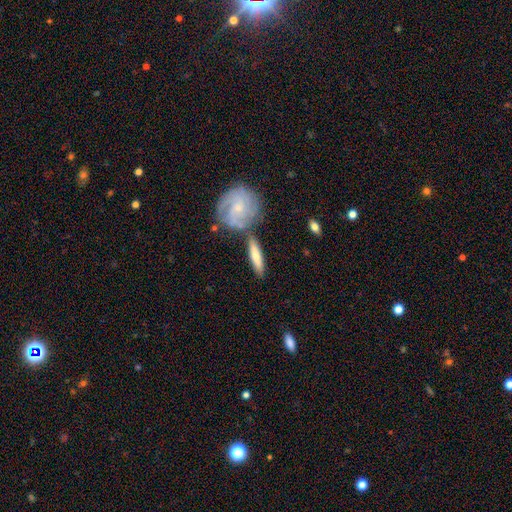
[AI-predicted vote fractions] smooth 59%, featured or disk 36%, star or artifact 5%. Down the decision tree: how rounded — cigar-shaped (74%); merging — none (70%).